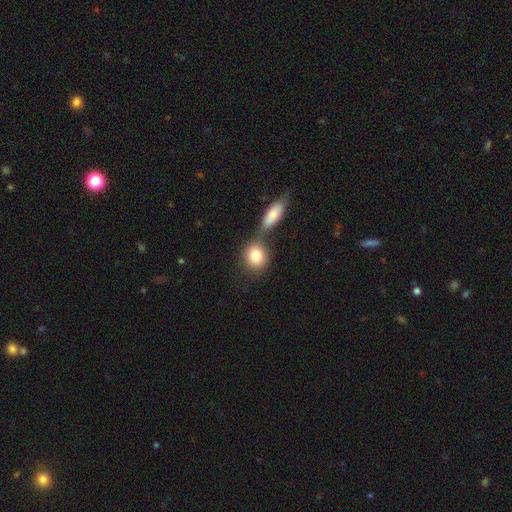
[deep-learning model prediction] This appears to be a smooth galaxy with no disk features (81%) that is round (74%). Merging: none (51%).